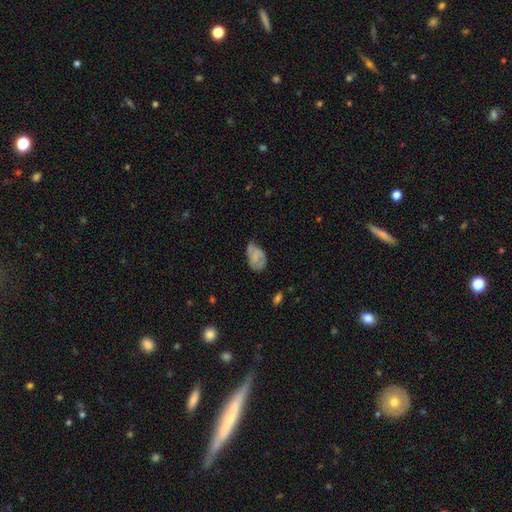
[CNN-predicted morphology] A smooth galaxy with no disk features (58%) that is in between round and cigar-shaped (87%).

Vote fractions:
- Smooth or featured? smooth: 58% / featured or disk: 34% / star or artifact: 8%
- How rounded? in between: 87% / round: 11% / cigar-shaped: 2%
- Merging? minor disturbance: 42% / none: 39% / major disturbance: 16% / merger: 3%